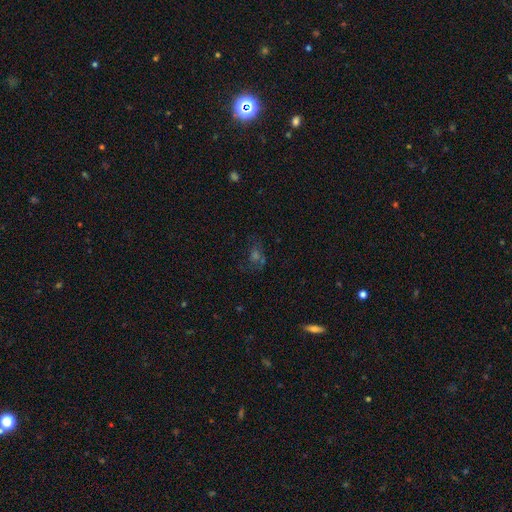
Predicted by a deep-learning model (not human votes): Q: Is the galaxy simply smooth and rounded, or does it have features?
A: star or artifact — 38%.